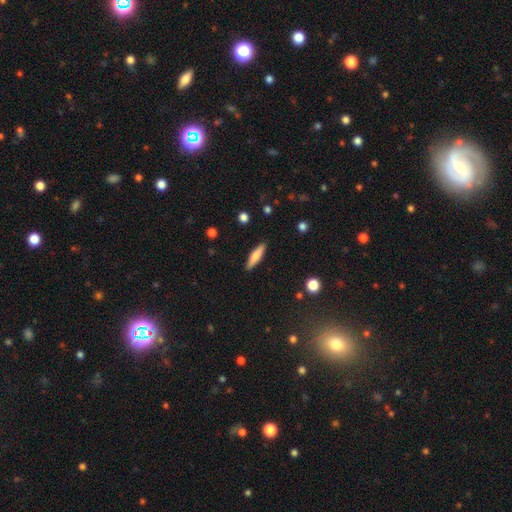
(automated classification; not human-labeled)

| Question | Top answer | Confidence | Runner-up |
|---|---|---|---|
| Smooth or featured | smooth | 71% | featured or disk (23%) |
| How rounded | cigar-shaped | 77% | in between (22%) |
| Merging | none | 89% | minor disturbance (8%) |